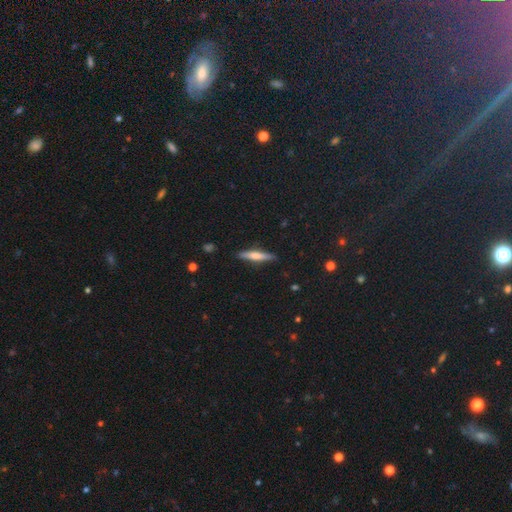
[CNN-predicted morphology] The model was most divided on "smooth or featured": smooth: 49%, featured or disk: 44%, star or artifact: 7%. More confident: merging — none (89%).